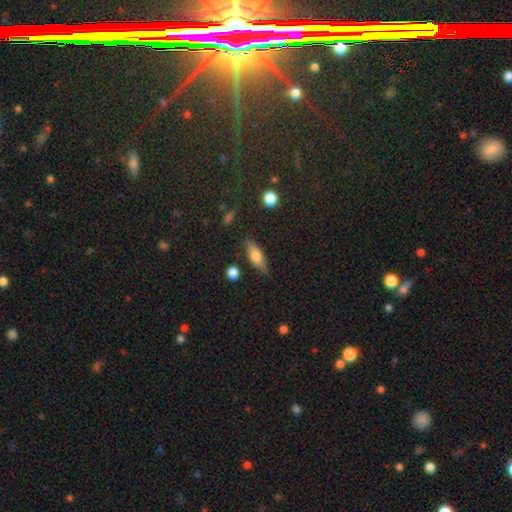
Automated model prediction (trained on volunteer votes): The model was most divided on "how rounded": in between: 59%, cigar-shaped: 38%, round: 3%. More confident: merging — none (75%); smooth or featured — smooth (66%).